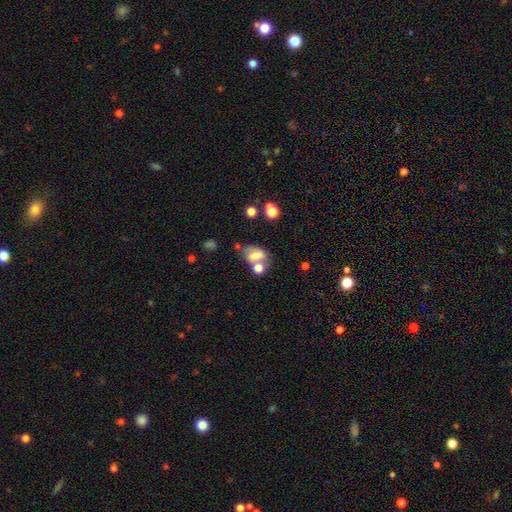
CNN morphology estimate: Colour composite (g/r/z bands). It shows a smooth galaxy with no disk features (66%) that is in between round and cigar-shaped (77%). Merging: merger (40%).